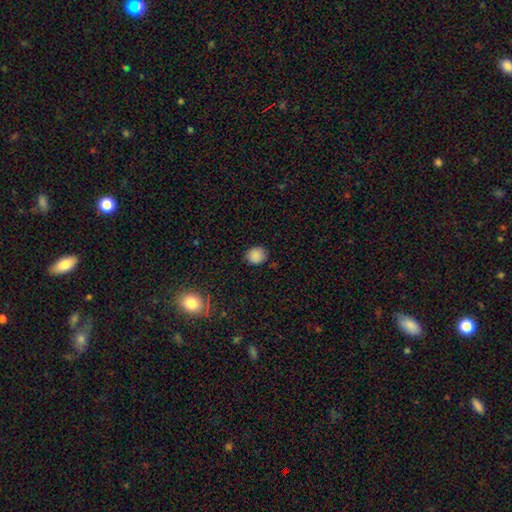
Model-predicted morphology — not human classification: Smooth or featured? smooth (86%)
How rounded? round (81%)
Merging? none (85%)